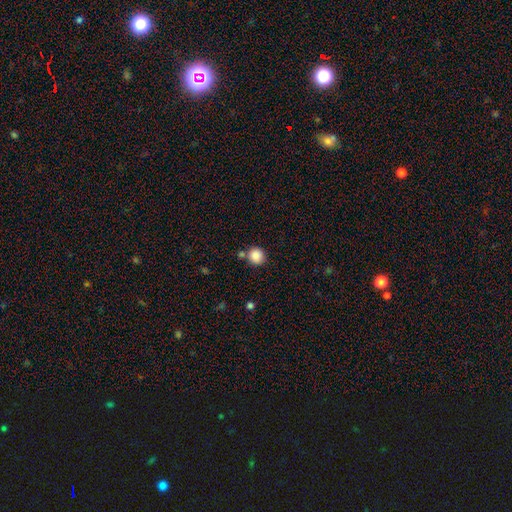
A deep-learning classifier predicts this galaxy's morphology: A smooth galaxy with no disk features (87%) that is round (91%). Merging: none (74%).